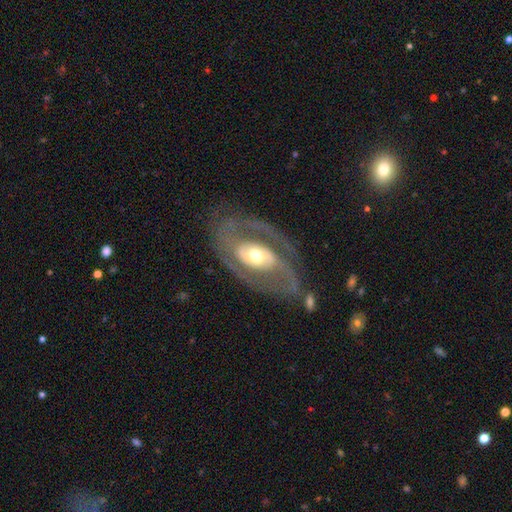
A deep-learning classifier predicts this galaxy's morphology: The model was most divided on "spiral winding": medium: 44%, tight: 38%, loose: 18%. More confident: edge-on disk — no (94%); smooth or featured — featured or disk (82%); spiral arms — yes (79%); spiral arm count — 2 (78%); merging — none (72%); bulge size — moderate (65%); bar — no (54%).